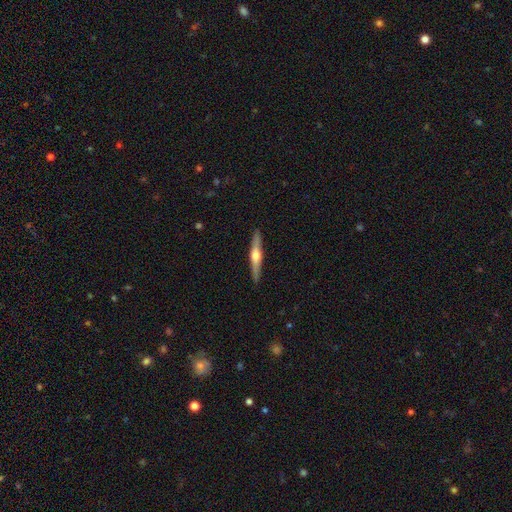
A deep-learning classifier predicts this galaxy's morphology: A featured or disk galaxy (63%) viewed edge-on (96%) with a rounded central bulge (92%). Merging: none (91%).